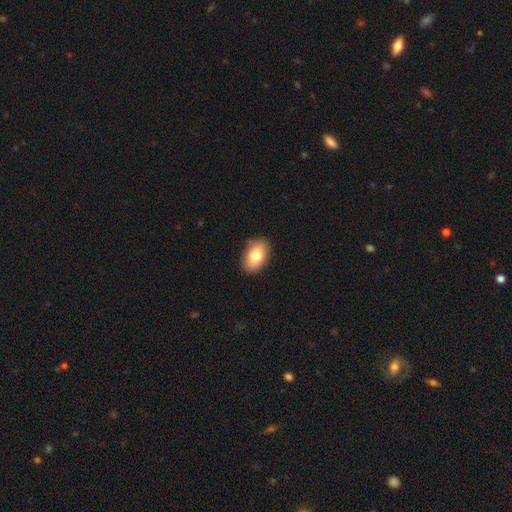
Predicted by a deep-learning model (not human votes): Morphology: type=smooth (80%); roundness=in between (88%); merging=none (87%).